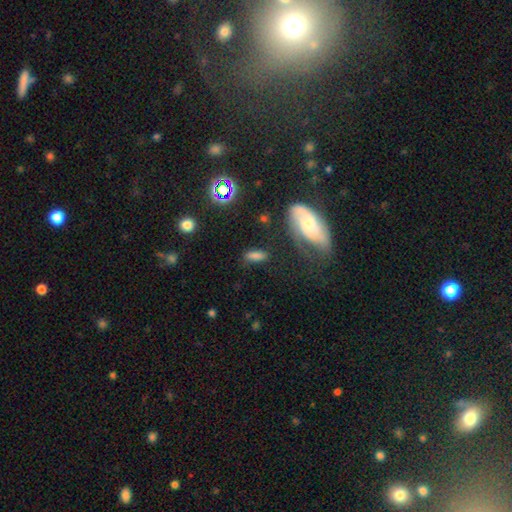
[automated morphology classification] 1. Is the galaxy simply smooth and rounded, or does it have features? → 69% smooth, 17% featured or disk, 14% star or artifact.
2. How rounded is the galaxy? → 70% in between, 24% cigar-shaped, 6% round.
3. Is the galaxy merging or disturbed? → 73% none, 16% minor disturbance, 6% major disturbance, 5% merger.